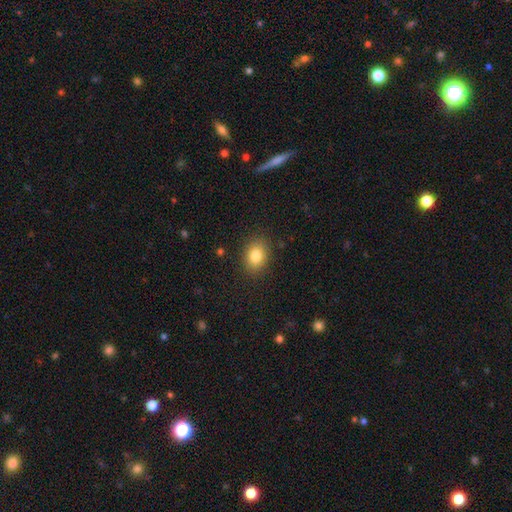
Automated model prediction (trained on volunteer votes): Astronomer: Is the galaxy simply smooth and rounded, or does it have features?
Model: smooth — 84%.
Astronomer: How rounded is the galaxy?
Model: in between — 65%.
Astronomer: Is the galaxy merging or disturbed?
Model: none — 87%.